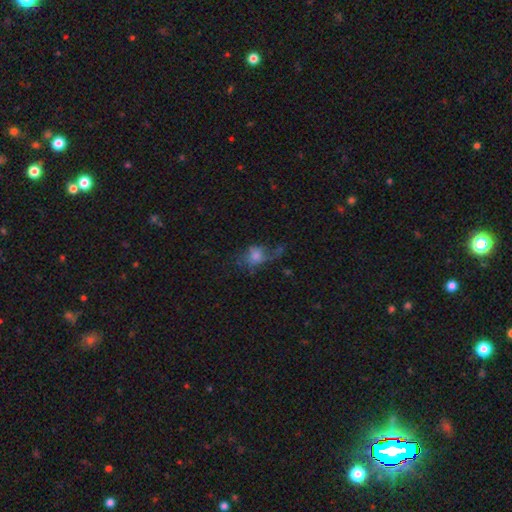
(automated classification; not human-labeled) Smooth or featured? Predicted: smooth (p=0.49). Merging? Predicted: major disturbance (p=0.44).